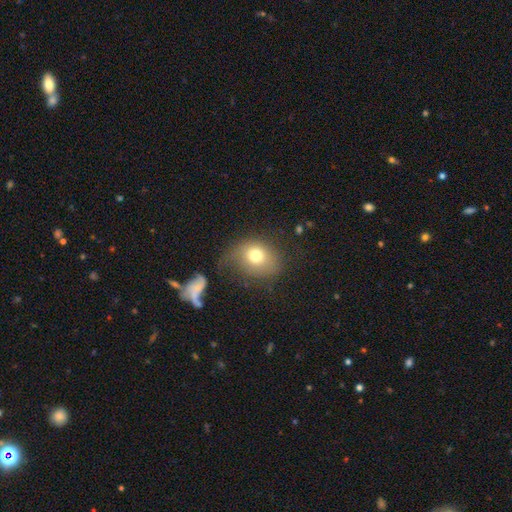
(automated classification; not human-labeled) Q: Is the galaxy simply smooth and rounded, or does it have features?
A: smooth — 73%.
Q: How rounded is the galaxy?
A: round — 57%.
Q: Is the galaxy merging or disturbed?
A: none — 54%.